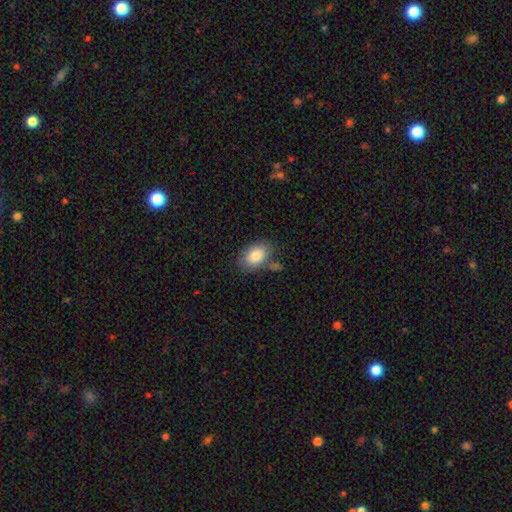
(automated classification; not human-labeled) Smooth or featured? smooth (83%)
How rounded? in between (88%)
Merging? none (68%)